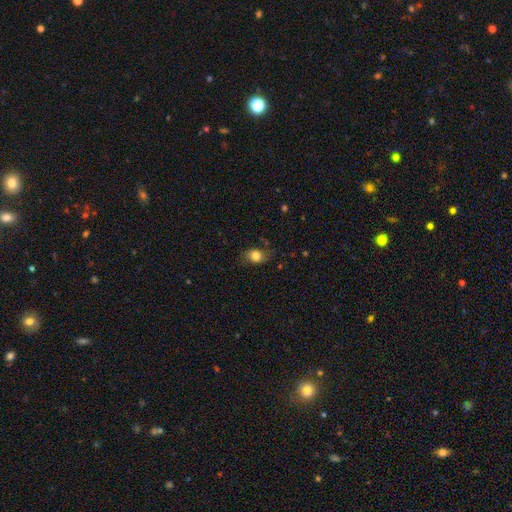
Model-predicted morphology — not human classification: Smooth or featured? smooth (76%)
How rounded? in between (65%)
Merging? none (67%)